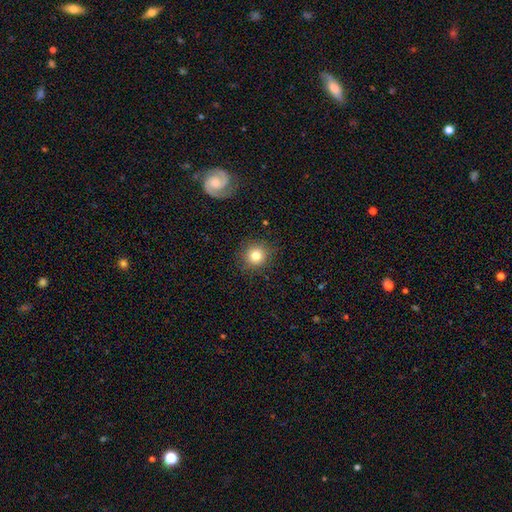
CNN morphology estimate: Overall: smooth (81%). How rounded: round (92%). Merging: none (88%).